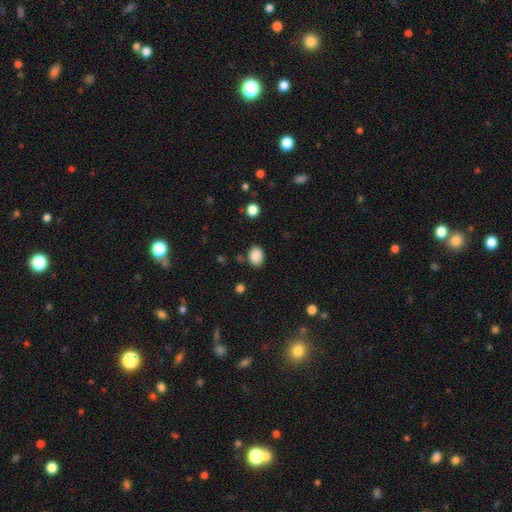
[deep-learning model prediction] smooth_or_featured: smooth (p=0.88) [alt: star or artifact p=0.09]
how_rounded: in between (p=0.68) [alt: round p=0.31]
merging: none (p=0.81) [alt: minor disturbance p=0.12]